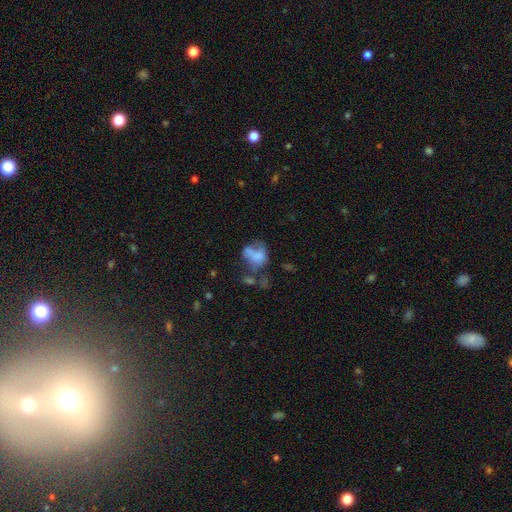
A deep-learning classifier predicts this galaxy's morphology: Q: Smooth or featured?
A: smooth (55%); runner-up: featured or disk (32%)
Q: How rounded?
A: in between (68%); runner-up: round (30%)
Q: Merging?
A: major disturbance (34%); runner-up: merger (25%)